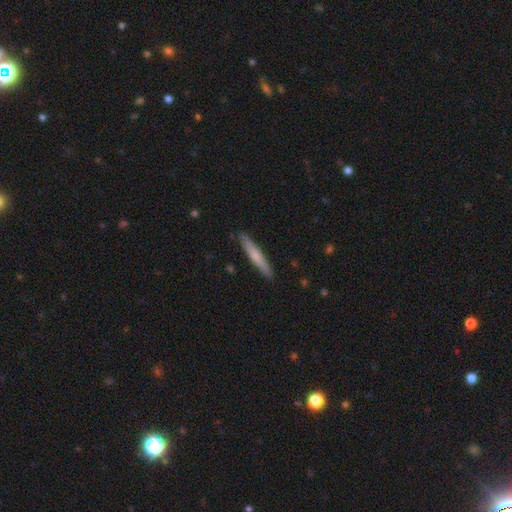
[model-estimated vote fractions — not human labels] Q: Smooth or featured?
A: smooth (63%); runner-up: featured or disk (32%)
Q: How rounded?
A: cigar-shaped (95%); runner-up: in between (4%)
Q: Merging?
A: none (90%); runner-up: minor disturbance (8%)